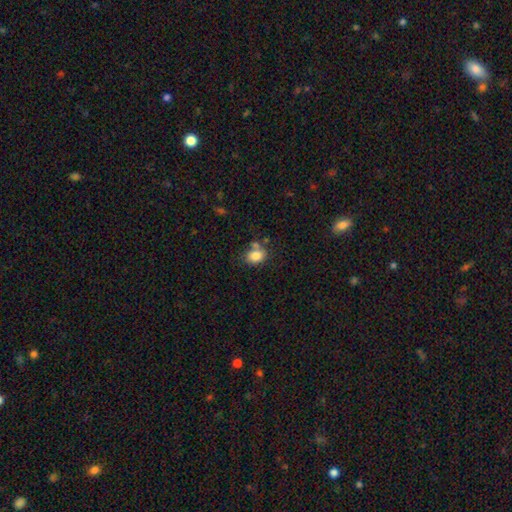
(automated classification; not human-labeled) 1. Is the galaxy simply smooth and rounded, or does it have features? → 81% smooth, 10% star or artifact, 9% featured or disk.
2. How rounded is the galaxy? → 61% in between, 38% round, 1% cigar-shaped.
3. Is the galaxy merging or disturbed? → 54% none, 22% merger, 18% minor disturbance, 6% major disturbance.